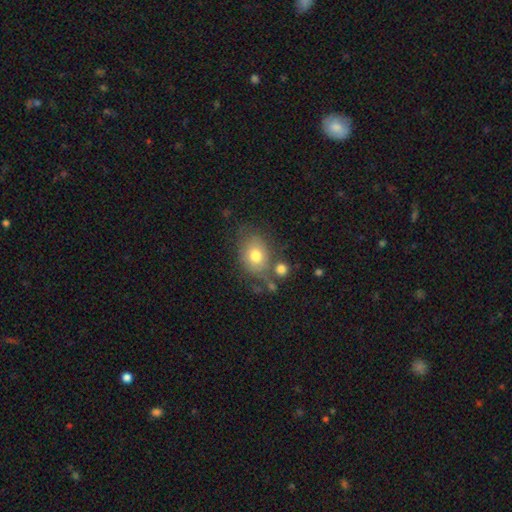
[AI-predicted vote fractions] Morphology: type=smooth (72%); roundness=in between (61%); merging=none (57%).